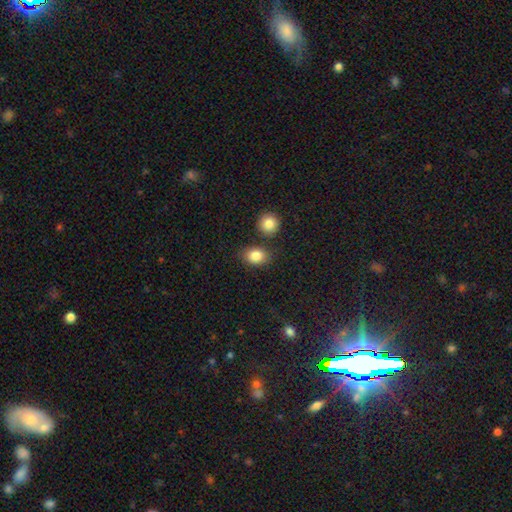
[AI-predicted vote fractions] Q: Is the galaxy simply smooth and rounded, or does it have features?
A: smooth — 84%.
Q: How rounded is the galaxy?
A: in between — 59%.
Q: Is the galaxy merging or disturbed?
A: none — 75%.